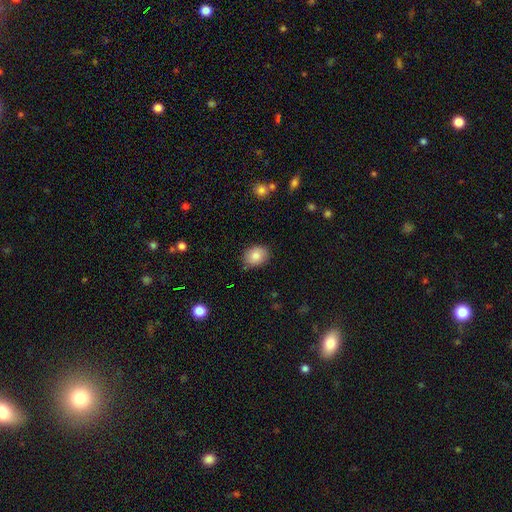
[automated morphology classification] This is clearly a smooth galaxy (84%). How rounded: possibly in between (58%). Merging: clearly none (84%).